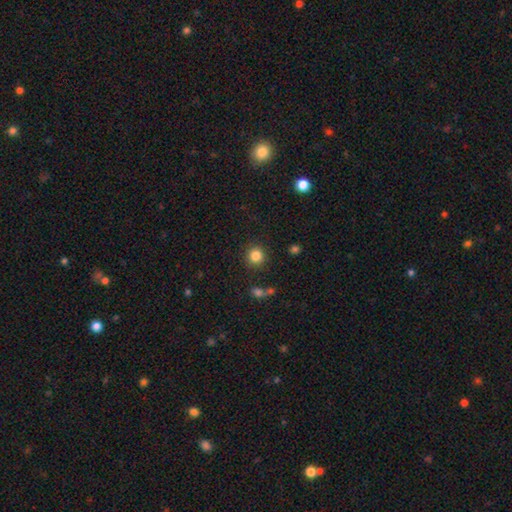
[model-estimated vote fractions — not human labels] A smooth galaxy with no disk features (84%) that is round (92%). Merging: none (87%).